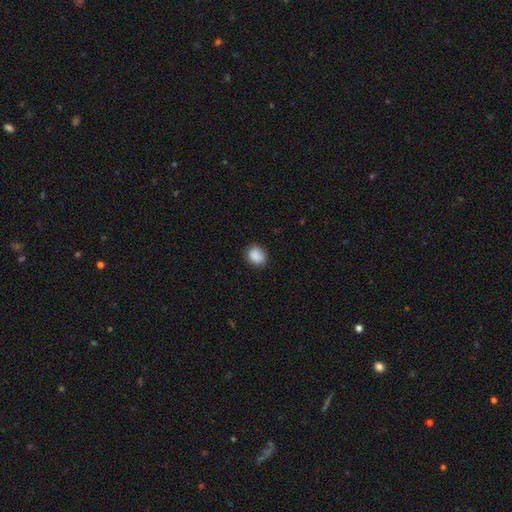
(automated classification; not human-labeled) Smooth or featured? Predicted: smooth (p=0.89). How rounded? Predicted: round (p=0.51). Merging? Predicted: none (p=0.82).